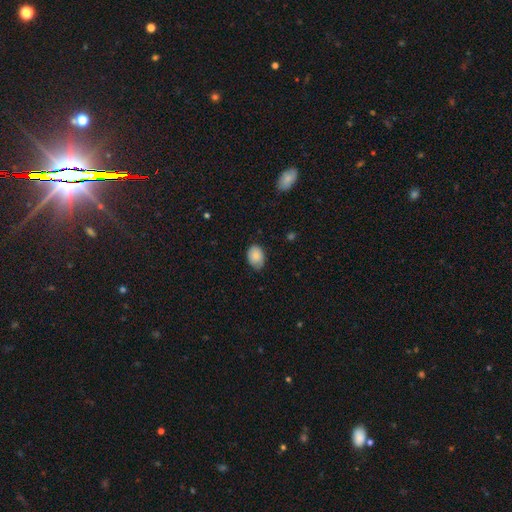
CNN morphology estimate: This appears to be a smooth galaxy with no disk features (84%) that is in between round and cigar-shaped (75%). Merging: none (71%).